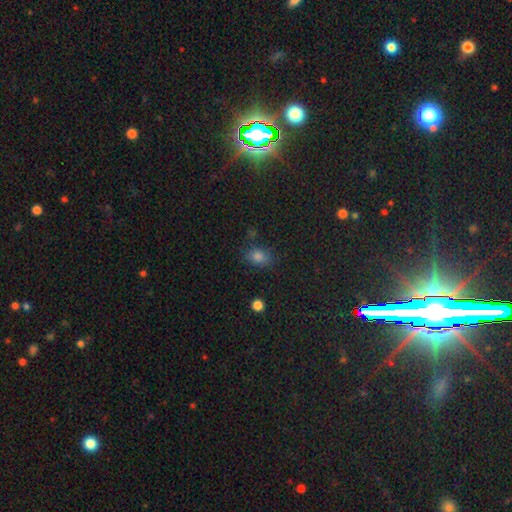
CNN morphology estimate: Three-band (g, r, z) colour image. It shows a smooth galaxy with no disk features (72%) that is in between round and cigar-shaped (64%). Merging: none (78%).